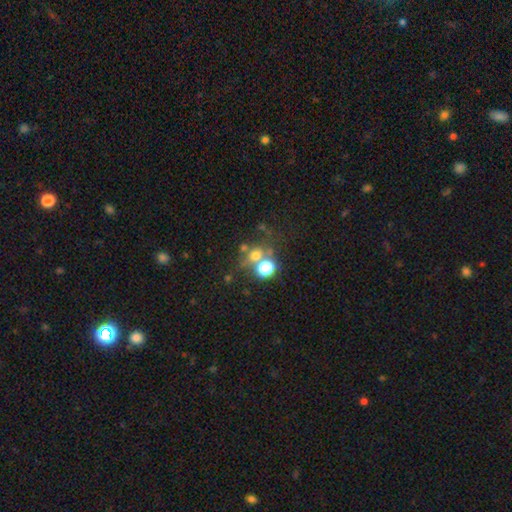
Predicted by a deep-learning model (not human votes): smooth-or-featured: smooth: 61% | star or artifact: 25% | featured or disk: 15%
  how-rounded: round: 79% | in between: 20% | cigar-shaped: 1%
  merging: none: 52% | merger: 33% | minor disturbance: 9% | major disturbance: 7%